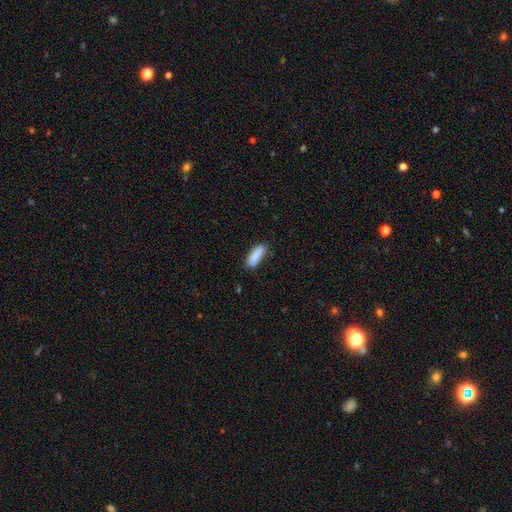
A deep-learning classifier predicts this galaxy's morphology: Smooth or featured? Predicted: smooth (p=0.87). How rounded? Predicted: cigar-shaped (p=0.49, tied with in between). Merging? Predicted: none (p=0.78).